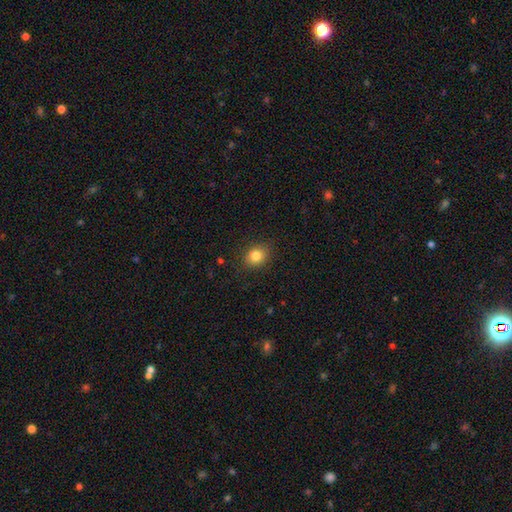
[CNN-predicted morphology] smooth 81%, star or artifact 11%, featured or disk 7%. Down the decision tree: how rounded — round (63%); merging — none (87%).